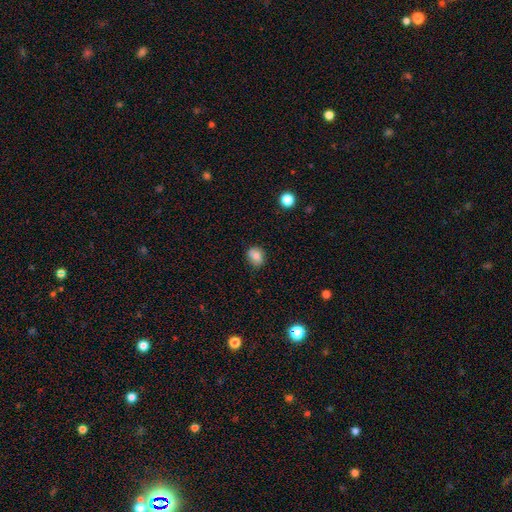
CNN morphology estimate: Q: Smooth or featured?
A: smooth (80%); runner-up: featured or disk (10%)
Q: How rounded?
A: round (55%); runner-up: in between (44%)
Q: Merging?
A: none (76%); runner-up: minor disturbance (19%)